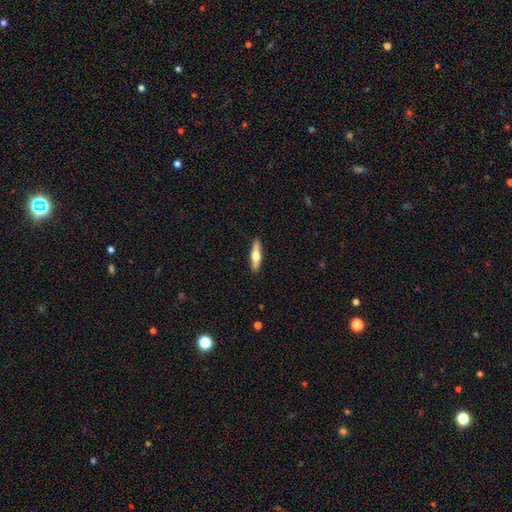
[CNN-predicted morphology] Smooth or featured: featured or disk — 48% (smooth — 47%)
Merging: none — 91% (minor disturbance — 7%)